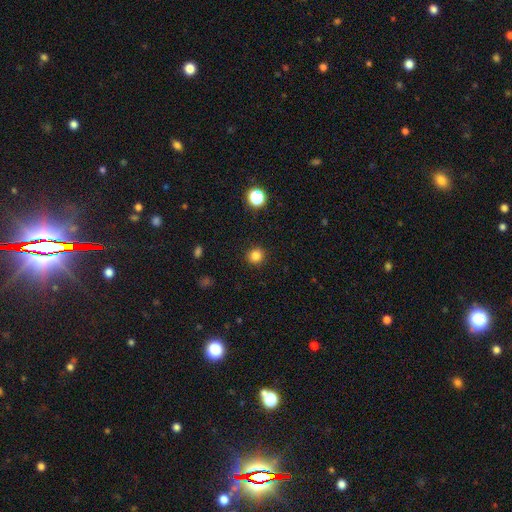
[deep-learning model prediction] Smooth or featured? Predicted: smooth (p=0.83). How rounded? Predicted: round (p=0.93). Merging? Predicted: none (p=0.92).